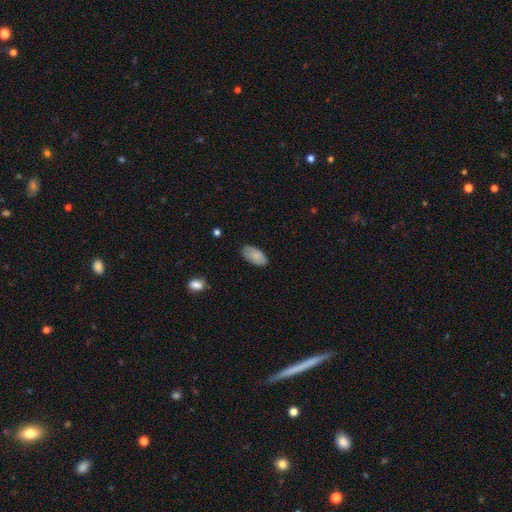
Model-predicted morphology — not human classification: smooth_or_featured: smooth (p=0.80) [alt: featured or disk p=0.14]
how_rounded: in between (p=0.94) [alt: round p=0.03]
merging: none (p=0.81) [alt: minor disturbance p=0.15]